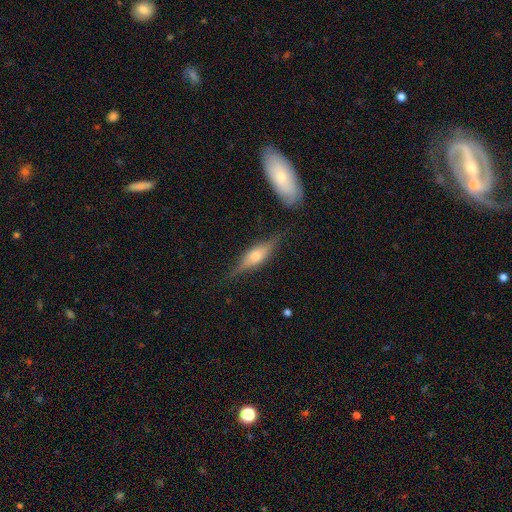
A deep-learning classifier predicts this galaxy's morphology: Smooth or featured: featured or disk — 66% (smooth — 27%)
Edge-on disk: yes — 94% (no — 6%)
Edge-on bulge: rounded — 87% (boxy — 10%)
Merging: none — 78% (minor disturbance — 15%)